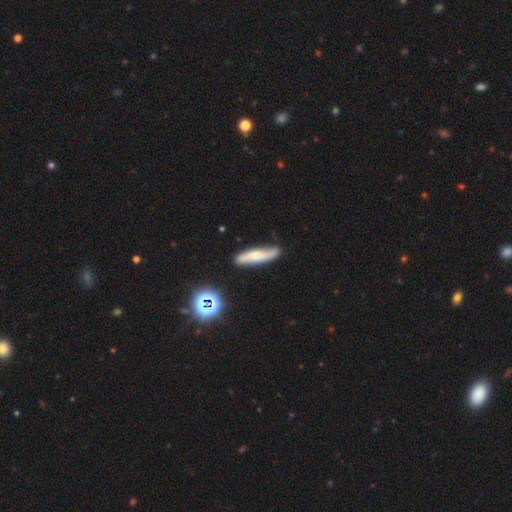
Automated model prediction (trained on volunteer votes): smooth 52%, featured or disk 40%, star or artifact 8%. Down the decision tree: how rounded — cigar-shaped (80%); merging — none (78%).